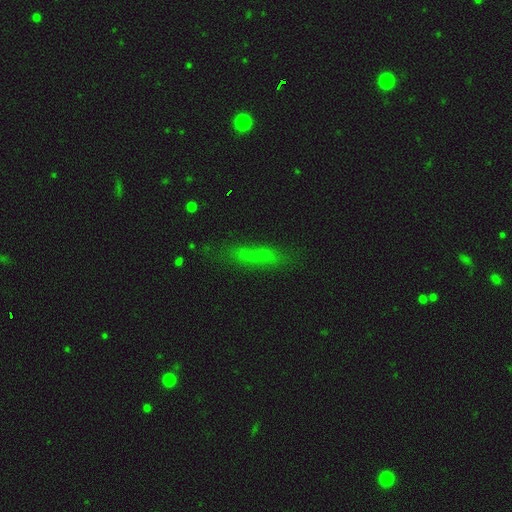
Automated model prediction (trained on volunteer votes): smooth 64%, featured or disk 19%, star or artifact 18%. Down the decision tree: how rounded — cigar-shaped (75%); merging — none (74%).